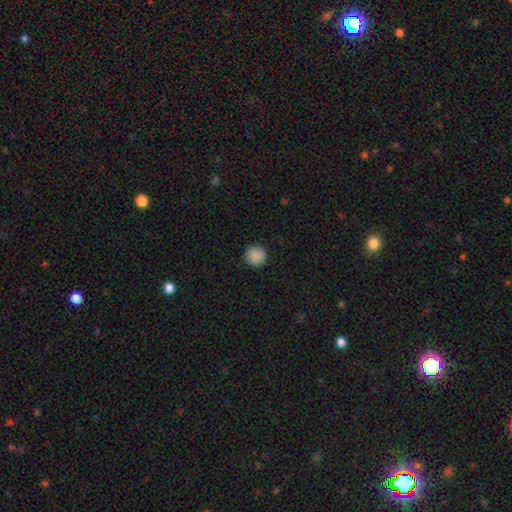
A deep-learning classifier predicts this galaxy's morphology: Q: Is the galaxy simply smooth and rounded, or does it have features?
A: smooth — 89%.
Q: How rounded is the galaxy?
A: round — 95%.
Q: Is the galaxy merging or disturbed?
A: none — 92%.